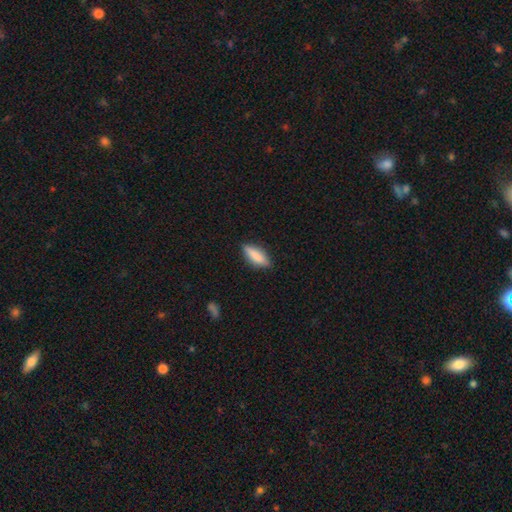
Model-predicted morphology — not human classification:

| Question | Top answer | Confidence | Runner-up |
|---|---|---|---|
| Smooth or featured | smooth | 79% | featured or disk (15%) |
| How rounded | in between | 51% | cigar-shaped (46%) |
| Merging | none | 84% | minor disturbance (12%) |